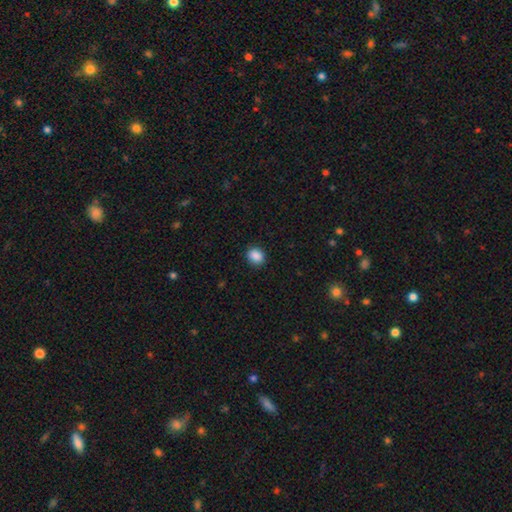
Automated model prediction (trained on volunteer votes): Q: Smooth or featured?
A: smooth (88%); runner-up: star or artifact (9%)
Q: How rounded?
A: round (60%); runner-up: in between (39%)
Q: Merging?
A: none (89%); runner-up: minor disturbance (8%)